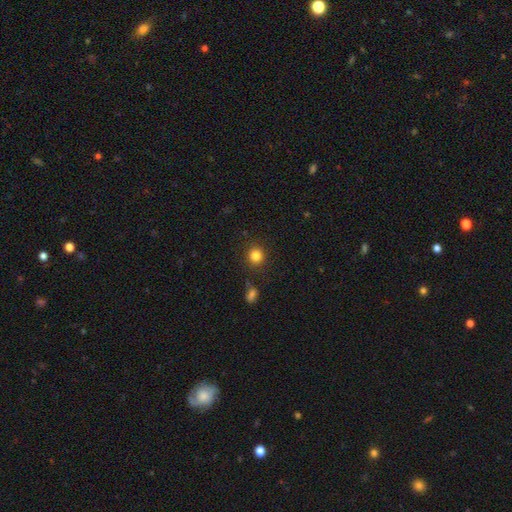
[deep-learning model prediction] Smooth or featured?
  - smooth: 83% *
  - star or artifact: 12%
  - featured or disk: 5%
How rounded?
  - round: 90% *
  - in between: 9%
  - cigar-shaped: 1%
Merging?
  - none: 88% *
  - minor disturbance: 7%
  - major disturbance: 3%
  - merger: 2%